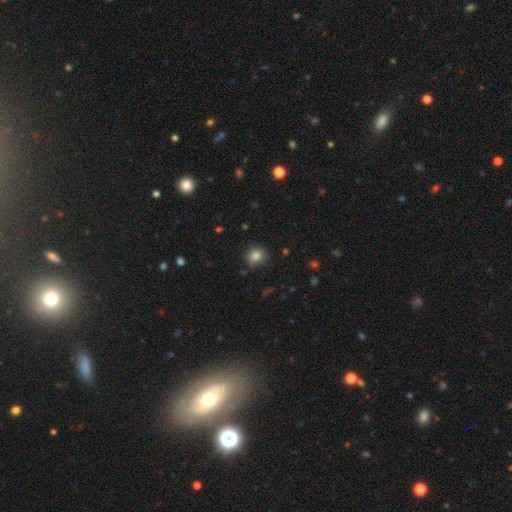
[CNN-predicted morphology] Q: Smooth or featured?
A: smooth (83%); runner-up: star or artifact (11%)
Q: How rounded?
A: round (79%); runner-up: in between (20%)
Q: Merging?
A: none (82%); runner-up: minor disturbance (14%)